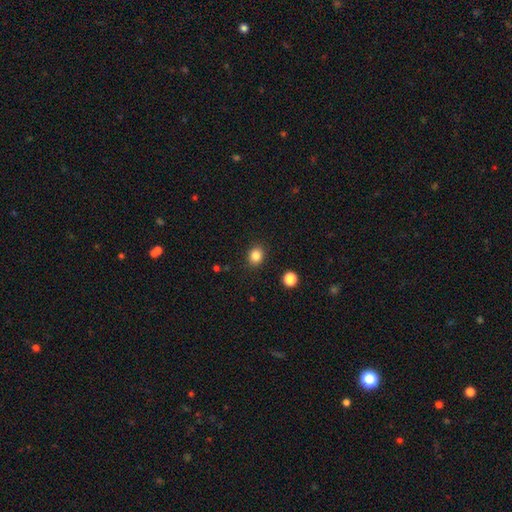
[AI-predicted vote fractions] smooth-or-featured: smooth: 84% | star or artifact: 11% | featured or disk: 5%
  how-rounded: round: 66% | in between: 33% | cigar-shaped: 1%
  merging: none: 89% | minor disturbance: 7% | major disturbance: 2% | merger: 1%